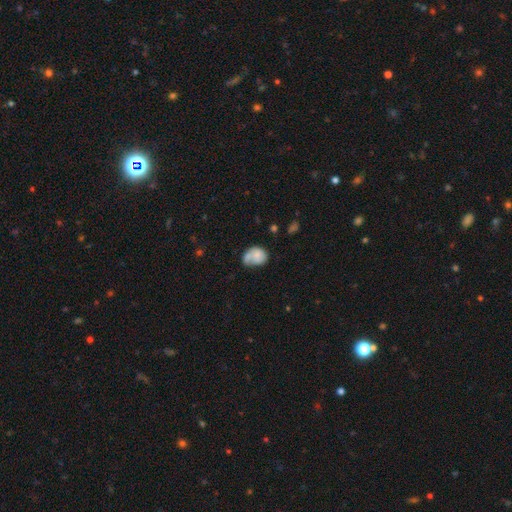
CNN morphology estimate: type=smooth (67%); roundness=in between (57%); merging=merger (35%).